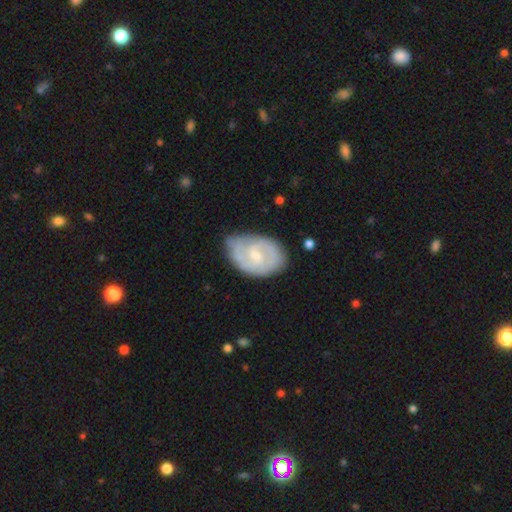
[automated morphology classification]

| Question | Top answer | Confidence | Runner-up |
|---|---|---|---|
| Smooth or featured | featured or disk | 74% | smooth (21%) |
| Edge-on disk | no | 97% | yes (3%) |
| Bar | weak | 52% | no (41%) |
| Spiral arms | yes | 89% | no (11%) |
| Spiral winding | tight | 44% | medium (43%) |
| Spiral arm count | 2 | 66% | can't tell (20%) |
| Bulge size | small | 63% | moderate (32%) |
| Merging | none | 63% | minor disturbance (28%) |